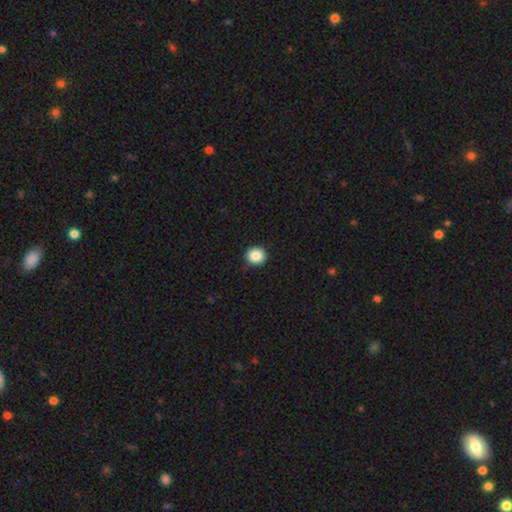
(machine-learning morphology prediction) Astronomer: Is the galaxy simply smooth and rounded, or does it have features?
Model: smooth — 87%.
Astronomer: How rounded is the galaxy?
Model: round — 90%.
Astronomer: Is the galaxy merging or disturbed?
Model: none — 89%.